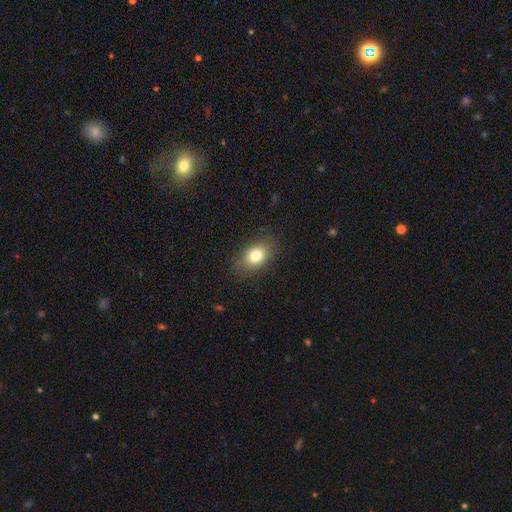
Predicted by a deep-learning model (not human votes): This appears to be a smooth galaxy with no disk features (79%) that is in between round and cigar-shaped (79%). Merging: none (84%).